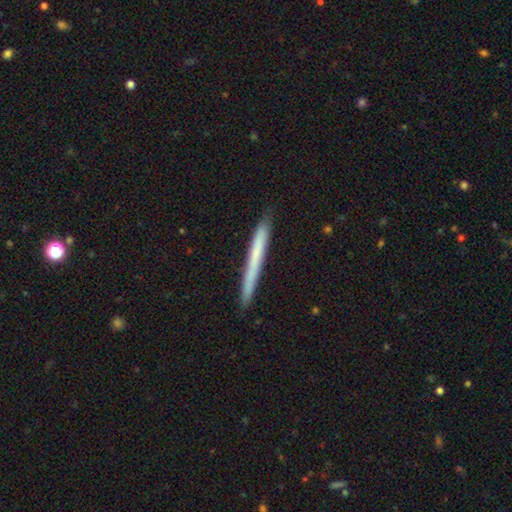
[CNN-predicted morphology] type=smooth (59%); roundness=cigar-shaped (97%); merging=none (88%).